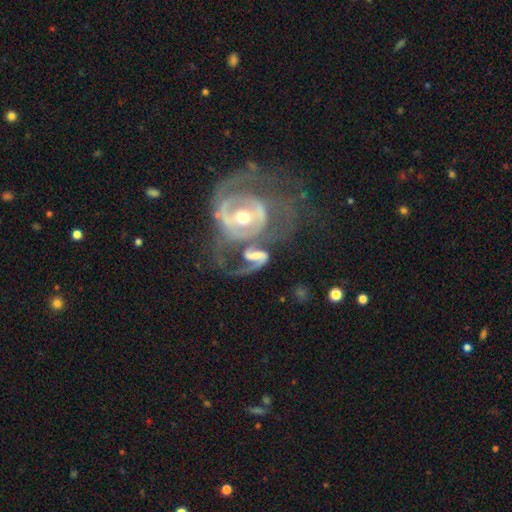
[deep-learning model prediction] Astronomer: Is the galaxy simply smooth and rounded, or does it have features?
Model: featured or disk — 82%.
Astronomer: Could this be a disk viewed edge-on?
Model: no — 96%.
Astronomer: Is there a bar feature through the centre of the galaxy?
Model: strong — 43% (runner-up: weak, 34%).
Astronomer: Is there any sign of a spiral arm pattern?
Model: yes — 88%.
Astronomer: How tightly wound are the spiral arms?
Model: loose — 41%, tied with medium at 41%.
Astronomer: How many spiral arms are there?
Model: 2 — 77%.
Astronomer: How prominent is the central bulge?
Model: moderate — 60%.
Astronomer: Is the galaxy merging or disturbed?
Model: merger — 53%.